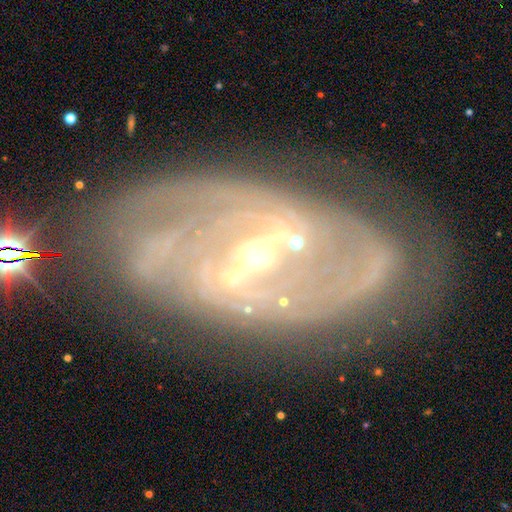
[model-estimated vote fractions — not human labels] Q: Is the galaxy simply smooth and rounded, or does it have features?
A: featured or disk — 88%.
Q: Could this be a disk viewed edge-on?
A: no — 95%.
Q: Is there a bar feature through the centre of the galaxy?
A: strong — 42%.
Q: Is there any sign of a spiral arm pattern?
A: yes — 95%.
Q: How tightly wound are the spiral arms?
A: tight — 51%.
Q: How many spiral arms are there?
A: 2 — 46%.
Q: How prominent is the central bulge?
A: small — 64%.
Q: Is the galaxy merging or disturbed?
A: none — 70%.